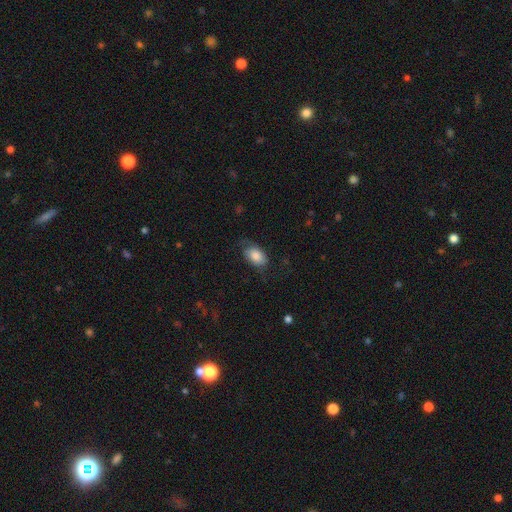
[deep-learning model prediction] The model was most divided on "merging": none: 59%, minor disturbance: 26%, major disturbance: 14%, merger: 1%. More confident: how rounded — in between (91%); smooth or featured — smooth (75%).